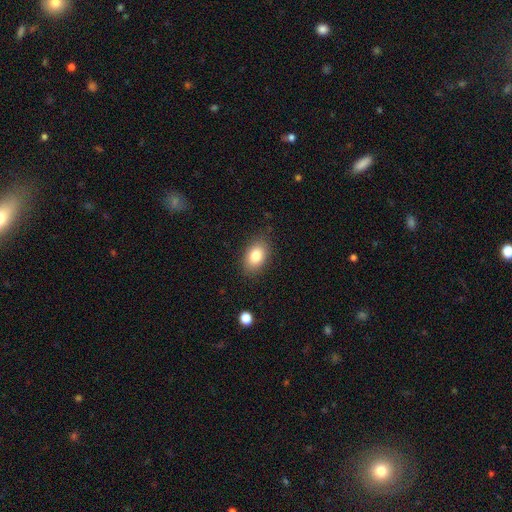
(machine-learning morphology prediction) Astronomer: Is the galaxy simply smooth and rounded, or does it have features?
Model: smooth — 81%.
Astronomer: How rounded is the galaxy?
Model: in between — 86%.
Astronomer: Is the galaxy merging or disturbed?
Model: none — 84%.